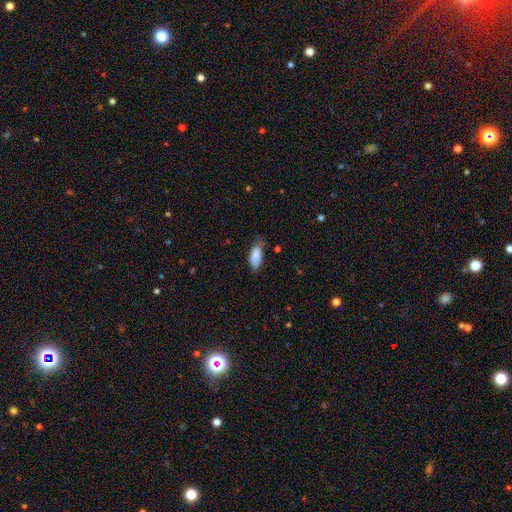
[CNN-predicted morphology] A smooth galaxy with no disk features (83%) that is in between round and cigar-shaped (83%). Merging: none (49%).